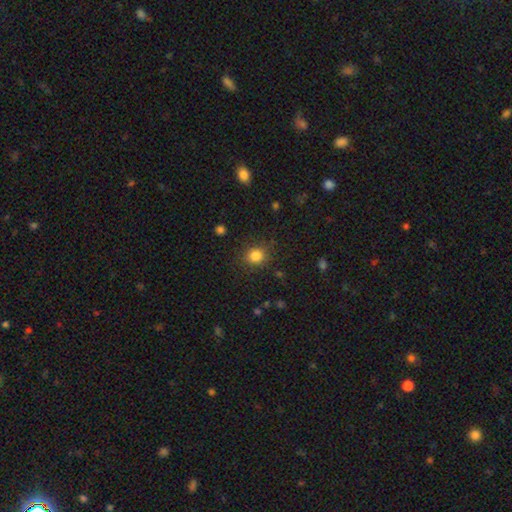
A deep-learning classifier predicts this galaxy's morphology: The model was most divided on "how rounded": round: 81%, in between: 19%, cigar-shaped: 1%. More confident: merging — none (85%); smooth or featured — smooth (83%).